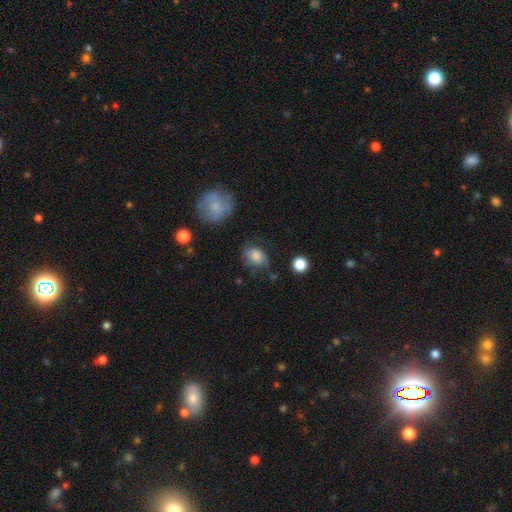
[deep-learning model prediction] Q: Smooth or featured?
A: smooth (65%); runner-up: featured or disk (24%)
Q: How rounded?
A: in between (63%); runner-up: round (36%)
Q: Merging?
A: none (54%); runner-up: minor disturbance (28%)